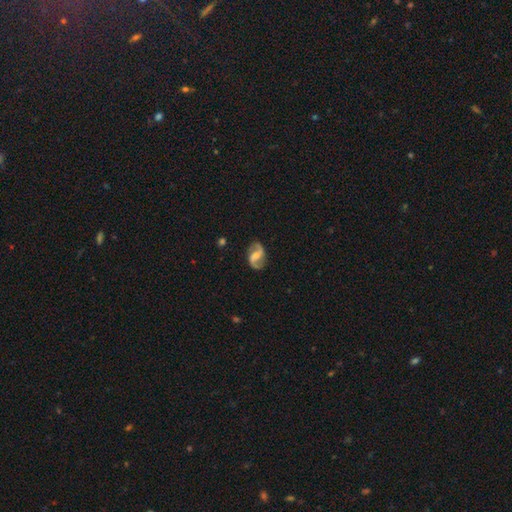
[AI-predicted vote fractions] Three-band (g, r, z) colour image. It shows a featured or disk galaxy (85%) with a weak bar (48%), 2 (93%) loose (52%) spiral arms (96%) and a moderate central bulge (36%). Merging: none (82%).